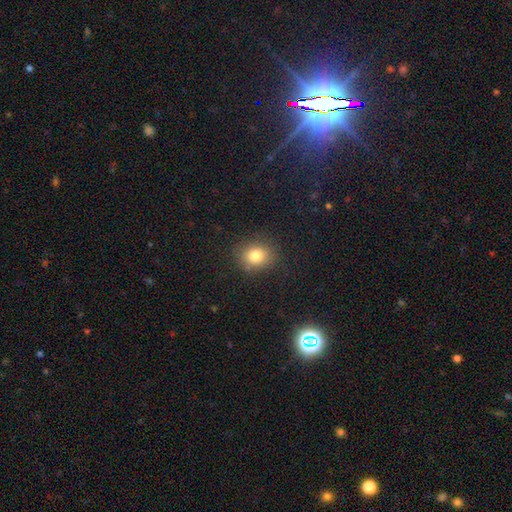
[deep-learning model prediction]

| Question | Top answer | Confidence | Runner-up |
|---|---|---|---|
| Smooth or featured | smooth | 80% | star or artifact (13%) |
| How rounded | round | 68% | in between (31%) |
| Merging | none | 84% | minor disturbance (11%) |